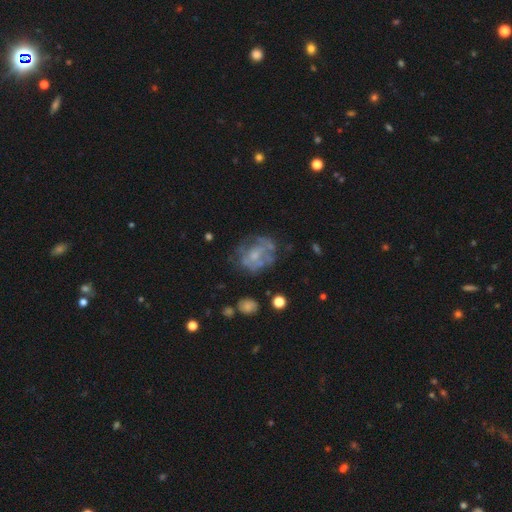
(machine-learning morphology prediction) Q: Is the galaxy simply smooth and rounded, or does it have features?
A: featured or disk — 64%.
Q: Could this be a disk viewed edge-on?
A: no — 97%.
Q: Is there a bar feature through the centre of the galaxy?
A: no — 77%.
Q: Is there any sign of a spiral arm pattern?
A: no — 64%.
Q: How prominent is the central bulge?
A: small — 47%.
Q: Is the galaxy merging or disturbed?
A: none — 50%.